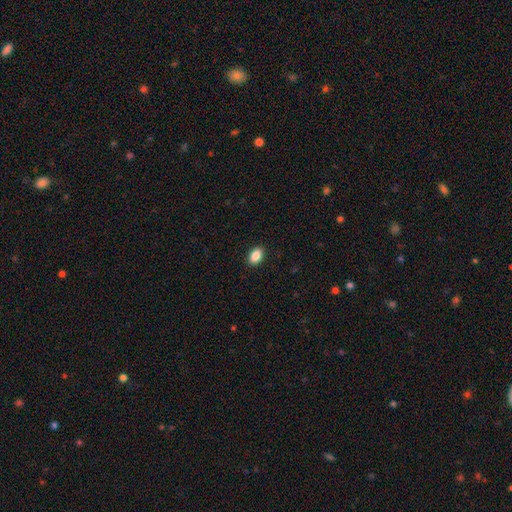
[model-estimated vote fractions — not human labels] smooth-or-featured: smooth: 88% | star or artifact: 8% | featured or disk: 4%
  how-rounded: in between: 88% | round: 11% | cigar-shaped: 1%
  merging: none: 91% | minor disturbance: 7% | major disturbance: 2% | merger: 1%